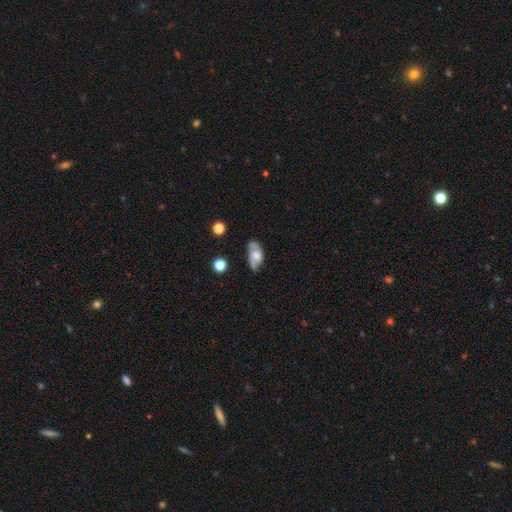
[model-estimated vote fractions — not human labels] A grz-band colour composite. It shows a featured or disk galaxy (46%, tied with smooth). Merging: none (54%).